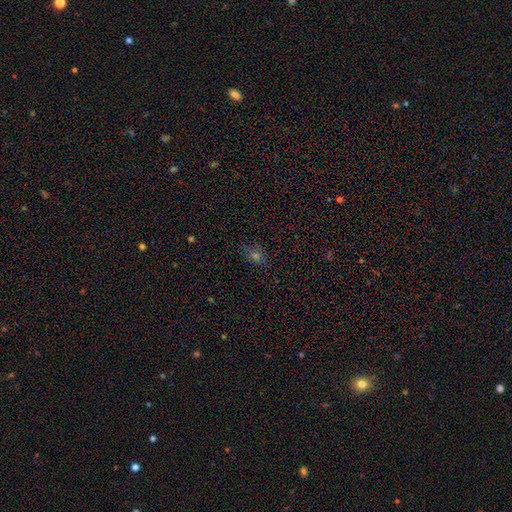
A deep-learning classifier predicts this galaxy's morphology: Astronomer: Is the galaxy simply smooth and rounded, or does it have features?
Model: smooth — 58%.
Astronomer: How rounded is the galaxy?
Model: in between — 49%, tied with round at 49%.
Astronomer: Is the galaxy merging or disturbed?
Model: none — 81%.